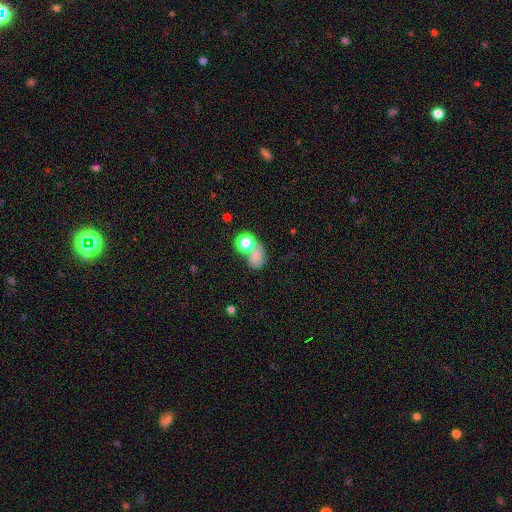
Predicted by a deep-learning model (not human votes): A smooth galaxy with no disk features (68%) that is in between round and cigar-shaped (51%).

Vote fractions:
- Smooth or featured? smooth: 68% / star or artifact: 16% / featured or disk: 16%
- How rounded? in between: 51% / round: 47% / cigar-shaped: 1%
- Merging? merger: 45% / none: 32% / minor disturbance: 13% / major disturbance: 10%